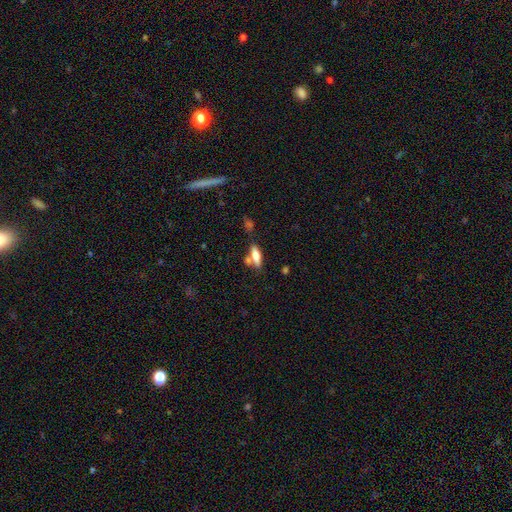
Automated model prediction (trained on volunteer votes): The model was most divided on "how rounded": in between: 56%, cigar-shaped: 42%, round: 3%. More confident: smooth or featured — smooth (61%); merging — none (60%).